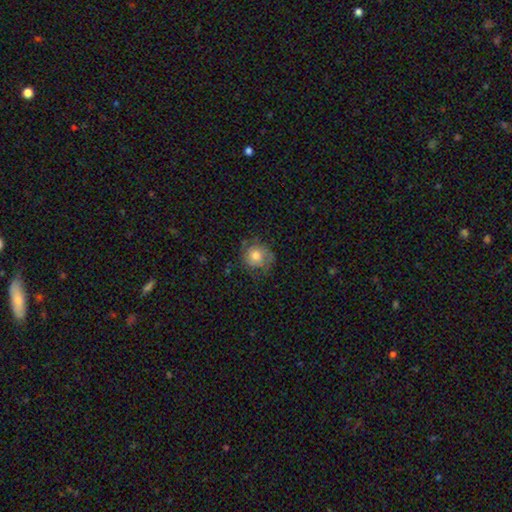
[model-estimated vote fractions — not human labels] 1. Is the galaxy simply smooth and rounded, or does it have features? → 58% smooth, 33% featured or disk, 8% star or artifact.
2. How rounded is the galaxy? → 83% round, 16% in between, 1% cigar-shaped.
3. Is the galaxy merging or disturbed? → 61% none, 24% minor disturbance, 14% major disturbance, 2% merger.